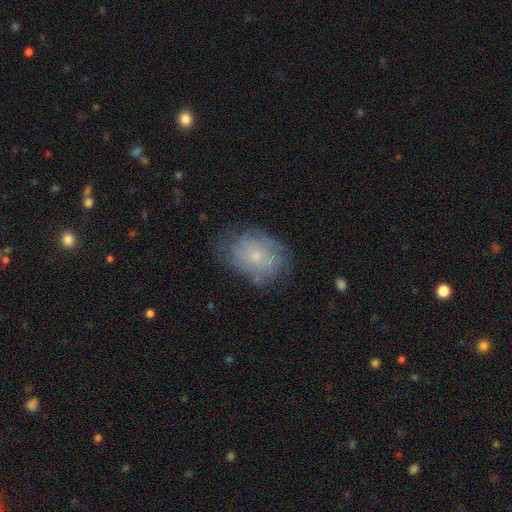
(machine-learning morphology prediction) type=smooth (46%); merging=none (63%).